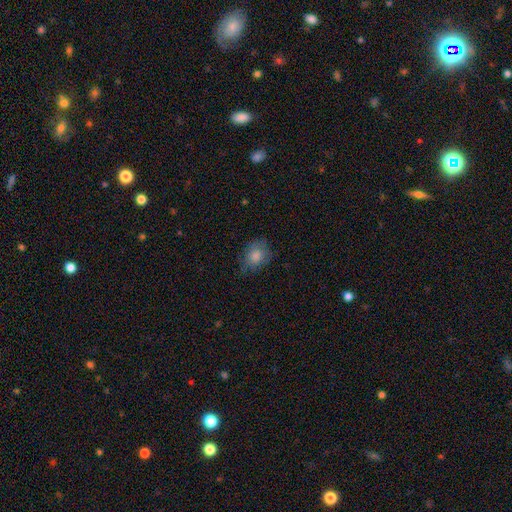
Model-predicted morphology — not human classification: Smooth or featured?
  - smooth: 82% *
  - featured or disk: 10%
  - star or artifact: 8%
How rounded?
  - in between: 53% *
  - round: 46%
  - cigar-shaped: 1%
Merging?
  - none: 70% *
  - minor disturbance: 22%
  - major disturbance: 7%
  - merger: 1%